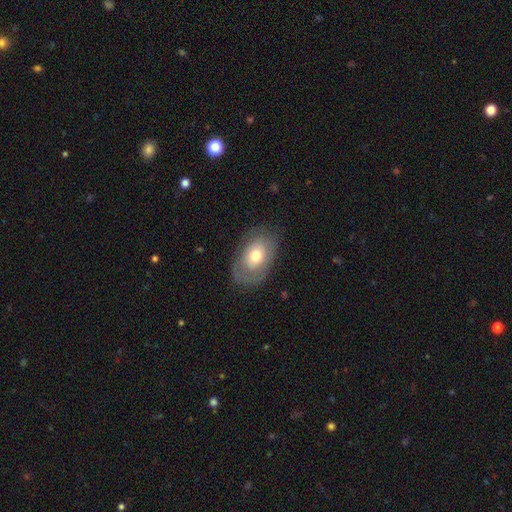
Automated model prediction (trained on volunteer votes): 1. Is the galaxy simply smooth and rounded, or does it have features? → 60% smooth, 32% featured or disk, 7% star or artifact.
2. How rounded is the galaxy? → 87% in between, 12% round, 1% cigar-shaped.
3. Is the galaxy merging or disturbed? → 74% none, 18% minor disturbance, 7% major disturbance, 1% merger.